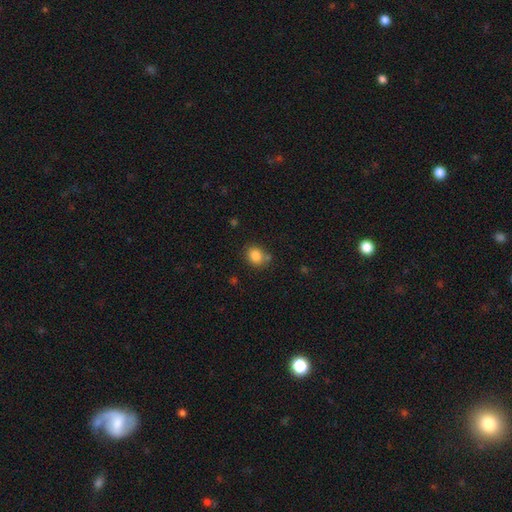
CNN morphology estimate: Q: Smooth or featured?
A: smooth (84%); runner-up: star or artifact (10%)
Q: How rounded?
A: round (56%); runner-up: in between (43%)
Q: Merging?
A: none (68%); runner-up: minor disturbance (15%)